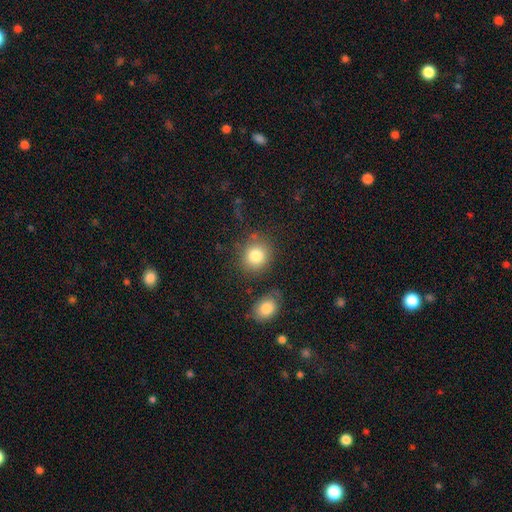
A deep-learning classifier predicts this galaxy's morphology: This is clearly a smooth galaxy (83%). How rounded: likely round (80%). Merging: likely none (75%).